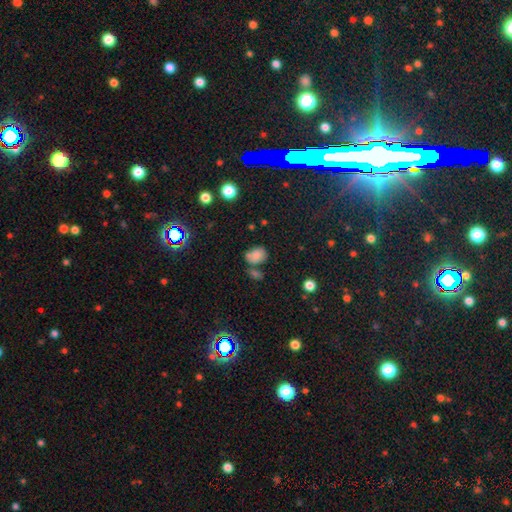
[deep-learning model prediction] This is likely a smooth galaxy (75%). How rounded: possibly in between (57%). Merging: possibly none (50%).